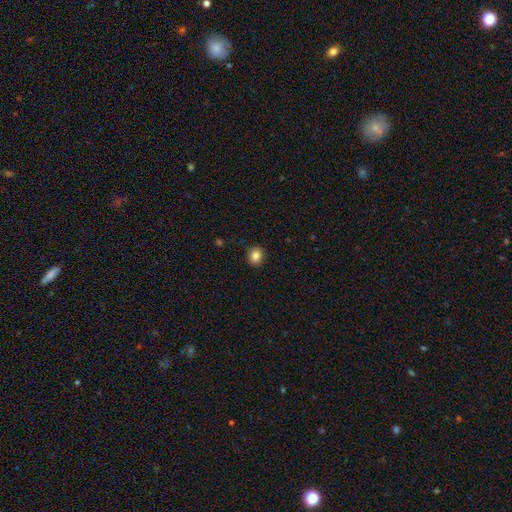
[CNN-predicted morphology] type=smooth (84%); roundness=round (76%); merging=none (91%).